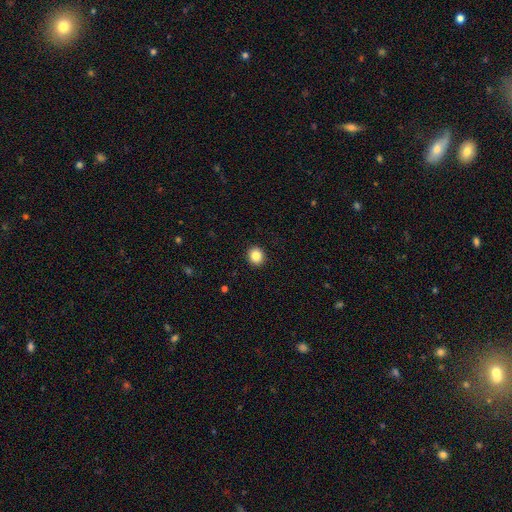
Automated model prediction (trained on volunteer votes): A smooth galaxy with no disk features (86%) that is round (84%).

Vote fractions:
- Smooth or featured? smooth: 86% / star or artifact: 10% / featured or disk: 4%
- How rounded? round: 84% / in between: 15% / cigar-shaped: 1%
- Merging? none: 93% / minor disturbance: 5% / major disturbance: 2% / merger: 1%